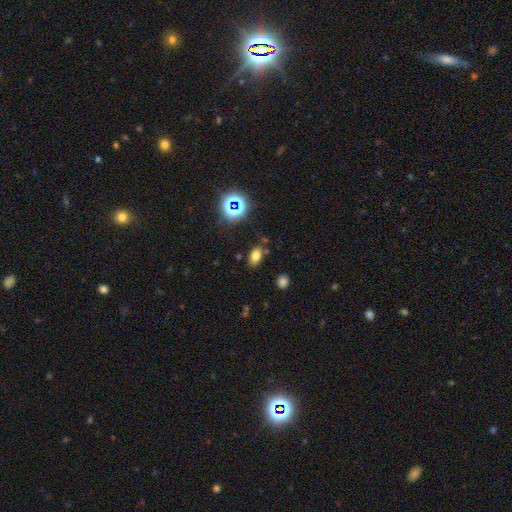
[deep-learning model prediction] Smooth or featured? smooth (71%)
How rounded? in between (85%)
Merging? none (79%)